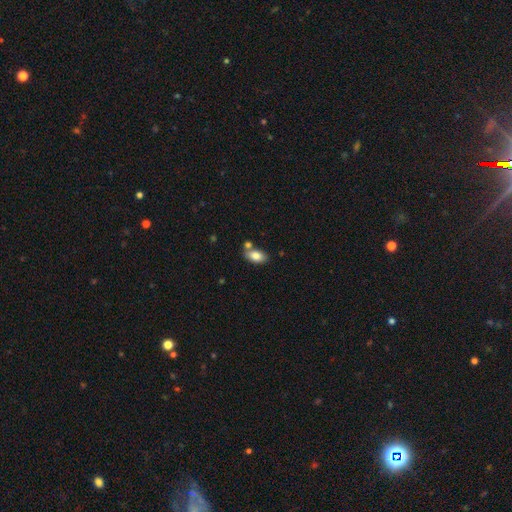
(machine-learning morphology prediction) Smooth or featured? Predicted: smooth (p=0.81). How rounded? Predicted: in between (p=0.91). Merging? Predicted: none (p=0.64).